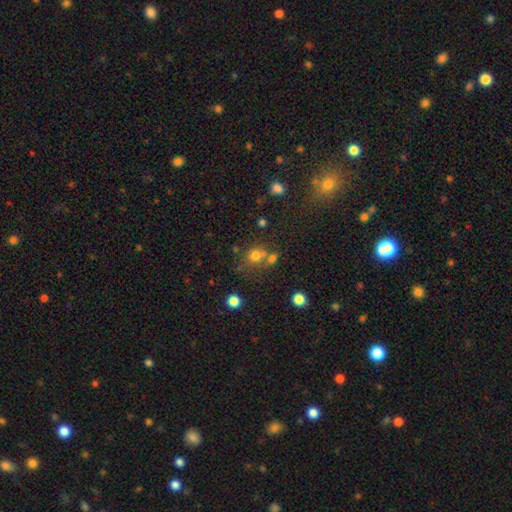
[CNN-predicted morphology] A smooth galaxy with no disk features (72%) that is round (81%). Merging: none (51%).